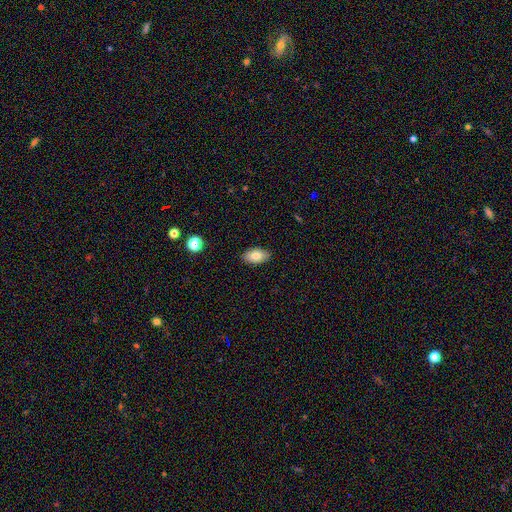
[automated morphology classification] Smooth or featured?
  - smooth: 81% *
  - featured or disk: 12%
  - star or artifact: 8%
How rounded?
  - in between: 93% *
  - round: 5%
  - cigar-shaped: 2%
Merging?
  - none: 88% *
  - minor disturbance: 9%
  - major disturbance: 2%
  - merger: 1%